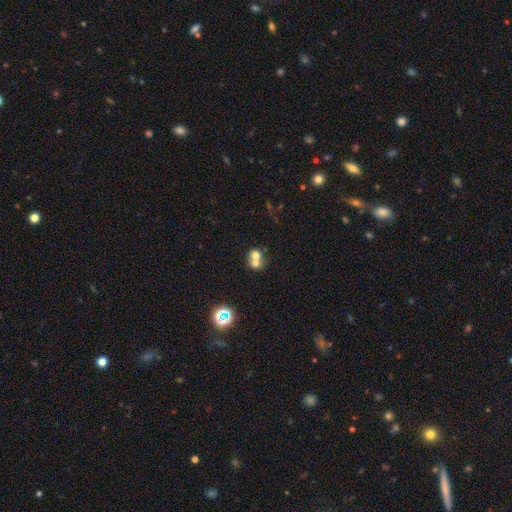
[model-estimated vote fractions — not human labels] Morphology: type=smooth (65%); roundness=round (68%); merging=merger (69%).